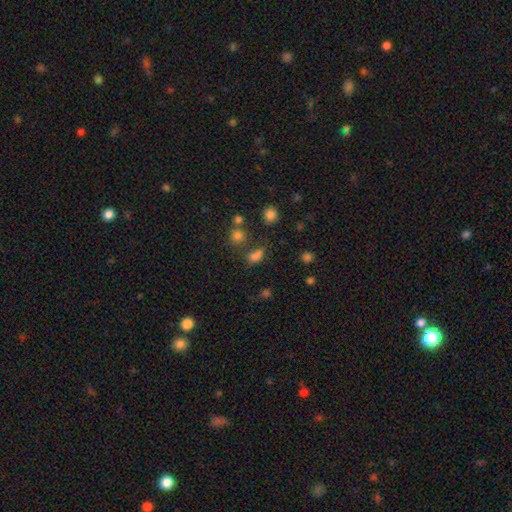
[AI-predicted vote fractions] This is likely a smooth galaxy (75%). How rounded: likely in between (73%). Merging: possibly none (59%).